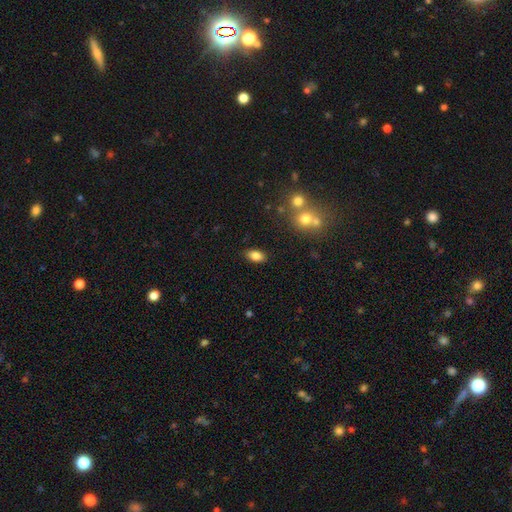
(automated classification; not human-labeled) smooth 83%, star or artifact 9%, featured or disk 7%. Down the decision tree: how rounded — in between (90%); merging — none (86%).